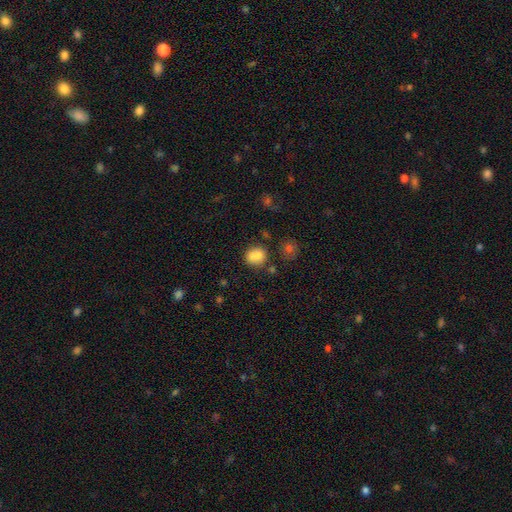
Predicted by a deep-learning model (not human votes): Smooth or featured?
  - smooth: 75% *
  - featured or disk: 13%
  - star or artifact: 12%
How rounded?
  - round: 77% *
  - in between: 22%
  - cigar-shaped: 1%
Merging?
  - none: 47% *
  - merger: 37%
  - minor disturbance: 11%
  - major disturbance: 4%